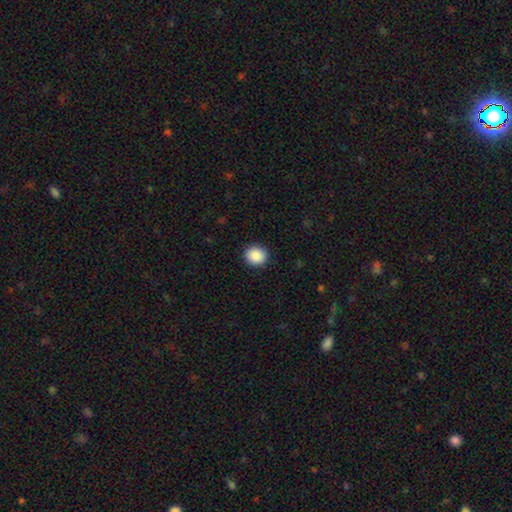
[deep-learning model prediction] Q: Smooth or featured?
A: smooth (89%); runner-up: star or artifact (8%)
Q: How rounded?
A: round (83%); runner-up: in between (16%)
Q: Merging?
A: none (91%); runner-up: minor disturbance (6%)